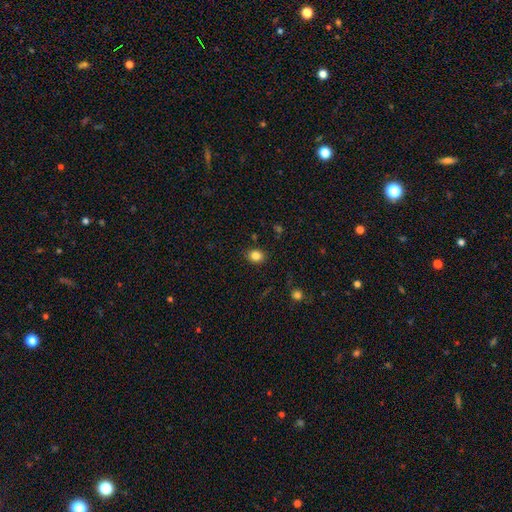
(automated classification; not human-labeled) smooth_or_featured: smooth (p=0.84) [alt: star or artifact p=0.11]
how_rounded: round (p=0.54) [alt: in between p=0.46]
merging: none (p=0.88) [alt: minor disturbance p=0.08]